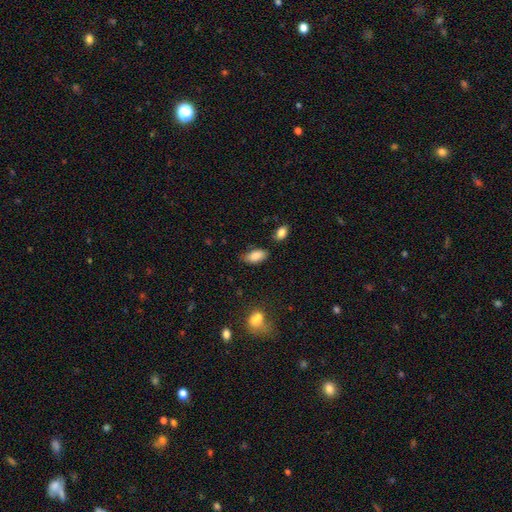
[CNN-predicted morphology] Q: Smooth or featured?
A: smooth (85%); runner-up: star or artifact (8%)
Q: How rounded?
A: in between (91%); runner-up: cigar-shaped (6%)
Q: Merging?
A: none (76%); runner-up: minor disturbance (16%)